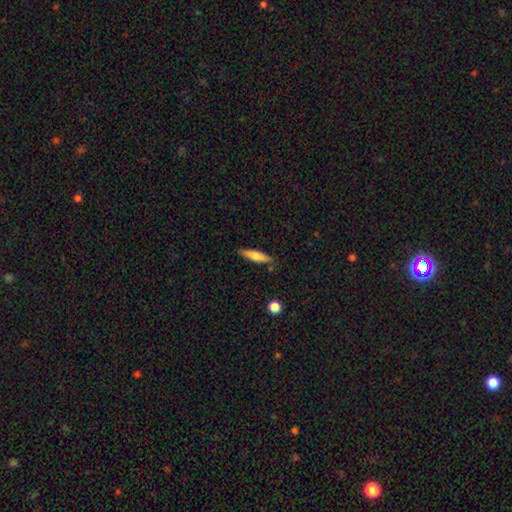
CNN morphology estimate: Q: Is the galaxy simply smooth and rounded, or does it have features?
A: smooth — 68%.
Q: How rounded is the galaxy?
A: cigar-shaped — 76%.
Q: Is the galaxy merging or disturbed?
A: none — 83%.